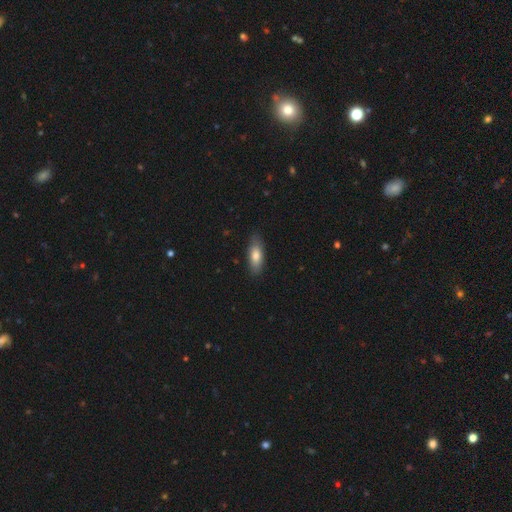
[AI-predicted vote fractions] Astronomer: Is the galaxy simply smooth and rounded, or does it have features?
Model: smooth — 78%.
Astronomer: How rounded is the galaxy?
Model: in between — 72%.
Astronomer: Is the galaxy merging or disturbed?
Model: none — 82%.